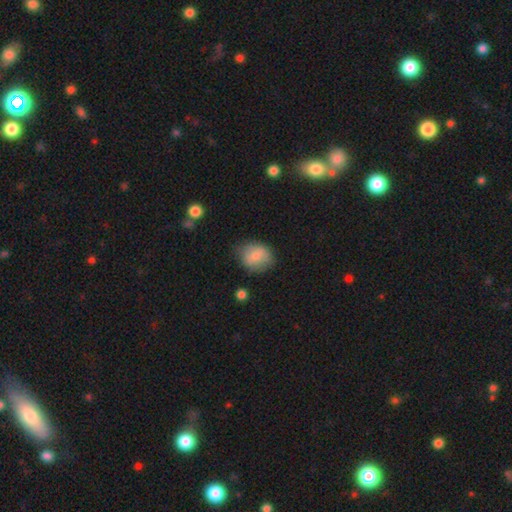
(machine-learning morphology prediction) This appears to be a smooth galaxy with no disk features (76%) that is round (52%). Merging: none (70%).